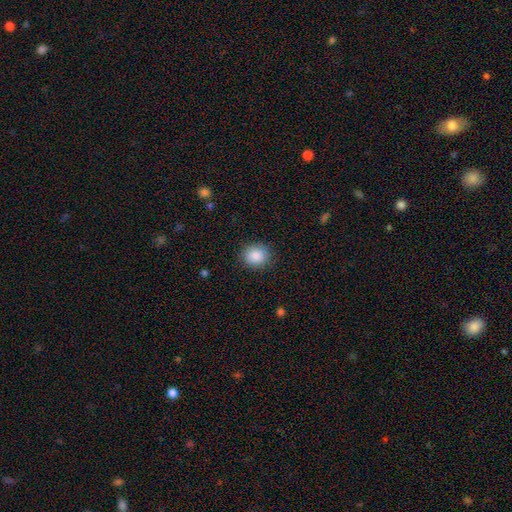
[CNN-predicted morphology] A smooth galaxy with no disk features (88%) that is round (81%). Merging: none (88%).